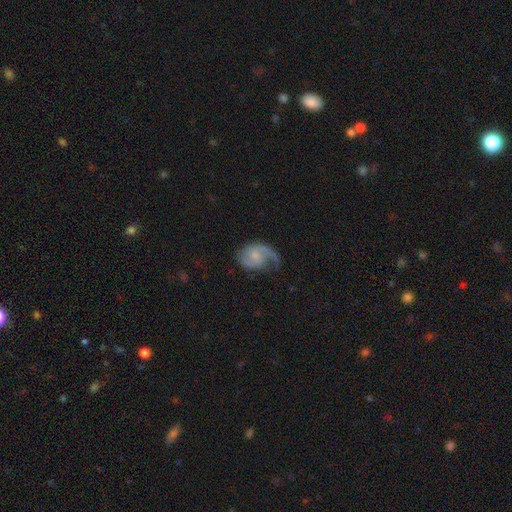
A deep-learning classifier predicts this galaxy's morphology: Smooth or featured?
  - featured or disk: 73% *
  - smooth: 21%
  - star or artifact: 6%
Edge-on disk?
  - no: 98% *
  - yes: 2%
Bar?
  - no: 58% *
  - weak: 37%
  - strong: 6%
Spiral arms?
  - yes: 93% *
  - no: 7%
Spiral winding?
  - medium: 44% *
  - loose: 37%
  - tight: 19%
Spiral arm count?
  - 2: 52% *
  - 1: 39%
  - can't tell: 6%
  - 3: 1%
  - 4: 1%
  - more than 4: 1%
Bulge size?
  - small: 48% *
  - moderate: 27%
  - none: 19%
  - large: 4%
  - dominant: 1%
Merging?
  - none: 46% *
  - minor disturbance: 26%
  - major disturbance: 26%
  - merger: 2%